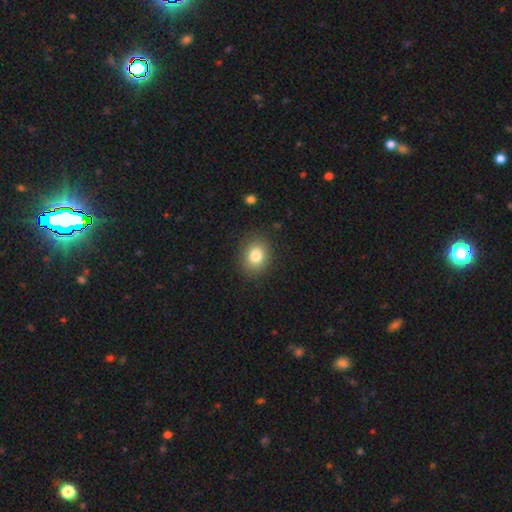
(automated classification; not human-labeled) smooth-or-featured: smooth: 81% | star or artifact: 11% | featured or disk: 9%
  how-rounded: round: 59% | in between: 40% | cigar-shaped: 1%
  merging: none: 88% | minor disturbance: 8% | major disturbance: 3% | merger: 1%